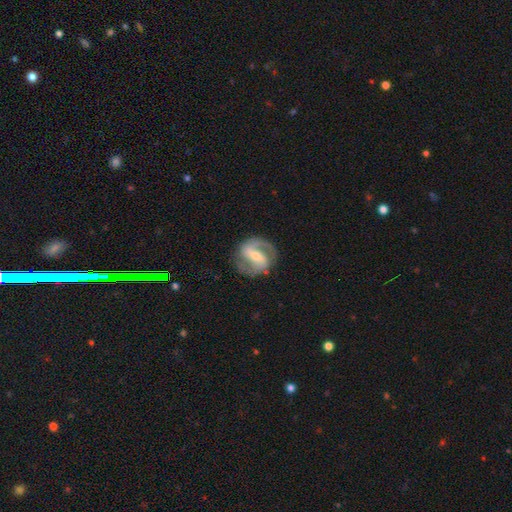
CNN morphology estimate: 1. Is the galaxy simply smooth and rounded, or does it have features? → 87% featured or disk, 9% smooth, 5% star or artifact.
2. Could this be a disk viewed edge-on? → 97% no, 3% yes.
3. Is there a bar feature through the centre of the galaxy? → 46% strong, 37% weak, 17% no.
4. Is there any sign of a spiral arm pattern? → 95% yes, 5% no.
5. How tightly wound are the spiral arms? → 54% medium, 23% tight, 22% loose.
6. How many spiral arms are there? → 89% 2, 4% 1, 3% can't tell, 2% 3, 1% 4, 1% more than 4.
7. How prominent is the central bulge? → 52% small, 43% moderate, 2% large, 2% none, 1% dominant.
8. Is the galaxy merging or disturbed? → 79% none, 13% minor disturbance, 6% major disturbance, 1% merger.